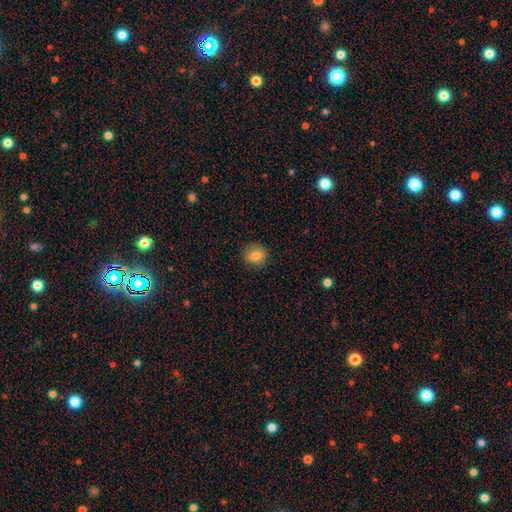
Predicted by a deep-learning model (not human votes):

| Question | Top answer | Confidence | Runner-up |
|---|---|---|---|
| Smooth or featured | smooth | 79% | featured or disk (11%) |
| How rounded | round | 76% | in between (23%) |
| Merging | none | 87% | minor disturbance (10%) |